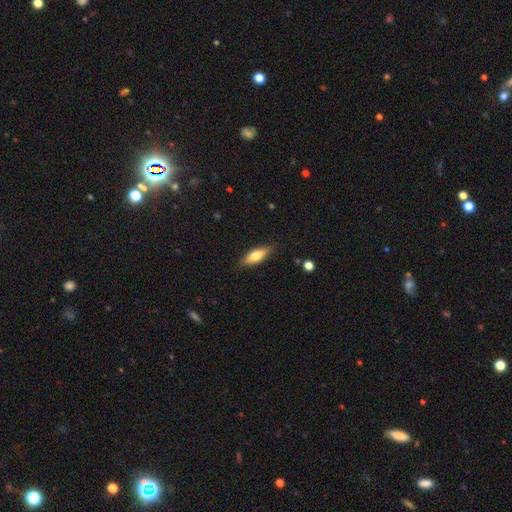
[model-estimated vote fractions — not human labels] smooth-or-featured: smooth: 69% | featured or disk: 25% | star or artifact: 6%
  how-rounded: in between: 61% | cigar-shaped: 36% | round: 2%
  merging: none: 86% | minor disturbance: 11% | major disturbance: 2% | merger: 1%